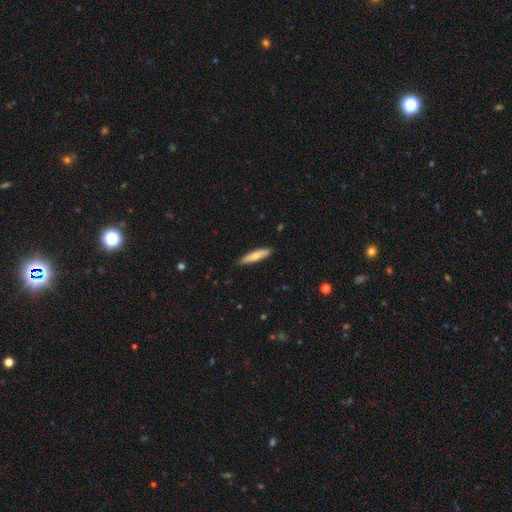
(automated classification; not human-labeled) Q: Smooth or featured?
A: smooth (69%); runner-up: featured or disk (25%)
Q: How rounded?
A: cigar-shaped (84%); runner-up: in between (14%)
Q: Merging?
A: none (86%); runner-up: minor disturbance (11%)